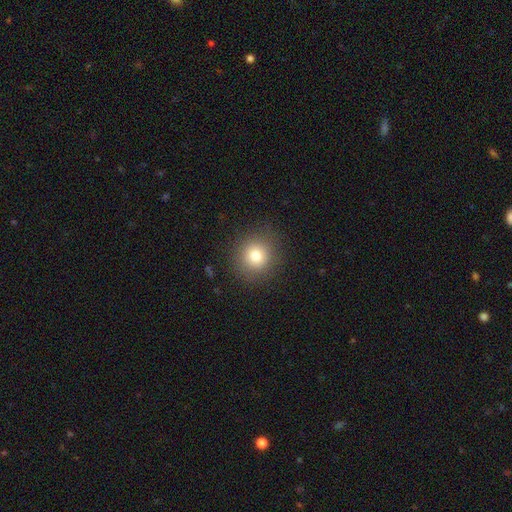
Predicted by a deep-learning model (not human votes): smooth 79%, star or artifact 12%, featured or disk 9%. Down the decision tree: how rounded — round (90%); merging — none (88%).